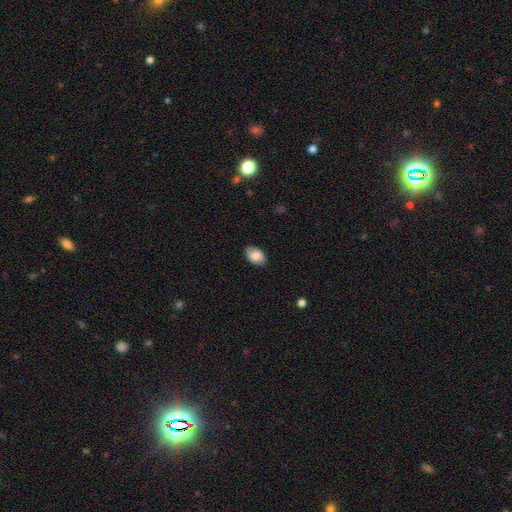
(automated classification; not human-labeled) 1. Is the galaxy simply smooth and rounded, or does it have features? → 80% smooth, 13% featured or disk, 7% star or artifact.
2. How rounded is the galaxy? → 89% in between, 9% round, 1% cigar-shaped.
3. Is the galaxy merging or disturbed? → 85% none, 12% minor disturbance, 2% major disturbance, 1% merger.